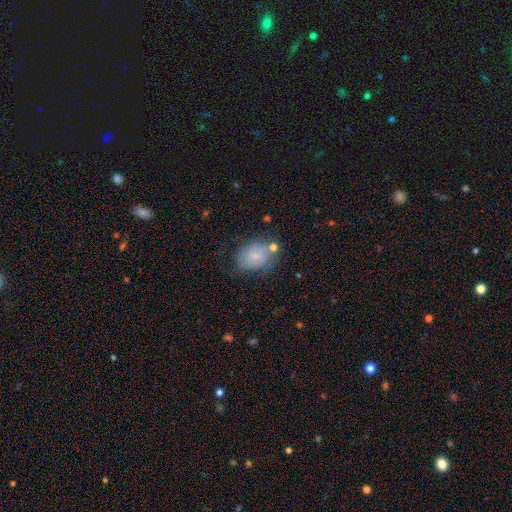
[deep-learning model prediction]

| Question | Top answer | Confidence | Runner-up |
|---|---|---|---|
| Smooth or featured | smooth | 65% | featured or disk (25%) |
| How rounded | in between | 59% | round (39%) |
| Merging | none | 55% | minor disturbance (27%) |